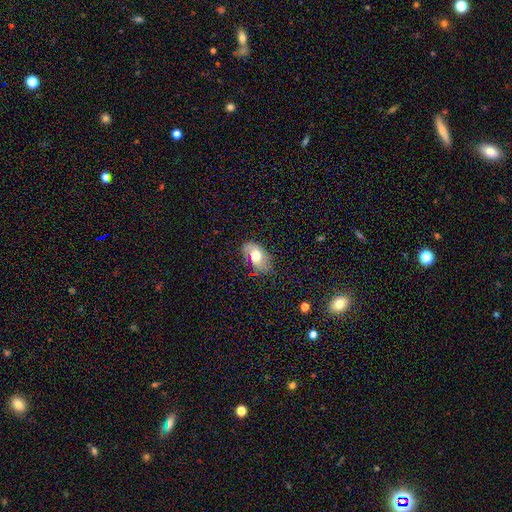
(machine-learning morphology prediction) A smooth galaxy with no disk features (52%) that is in between round and cigar-shaped (90%).

Vote fractions:
- Smooth or featured? smooth: 52% / featured or disk: 40% / star or artifact: 8%
- How rounded? in between: 90% / round: 8% / cigar-shaped: 2%
- Merging? none: 67% / minor disturbance: 24% / major disturbance: 8% / merger: 2%